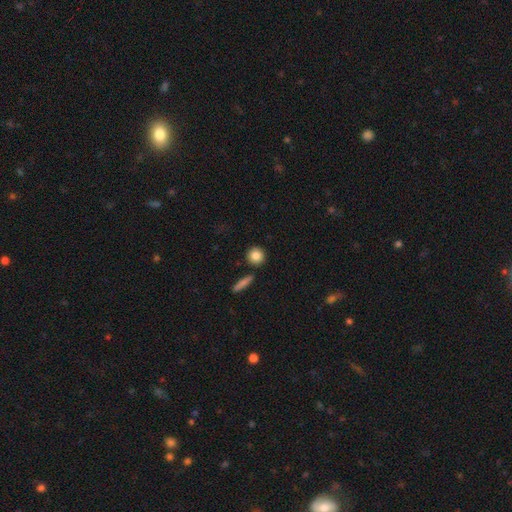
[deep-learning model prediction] Smooth or featured?
  - smooth: 84% *
  - star or artifact: 8%
  - featured or disk: 8%
How rounded?
  - round: 90% *
  - in between: 8%
  - cigar-shaped: 2%
Merging?
  - none: 85% *
  - minor disturbance: 7%
  - merger: 6%
  - major disturbance: 2%